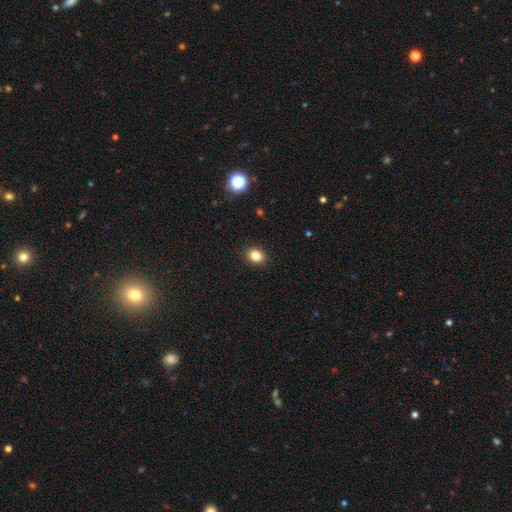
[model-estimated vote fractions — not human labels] Overall: smooth (82%). How rounded: round (63%; in between 37%). Merging: none (91%).